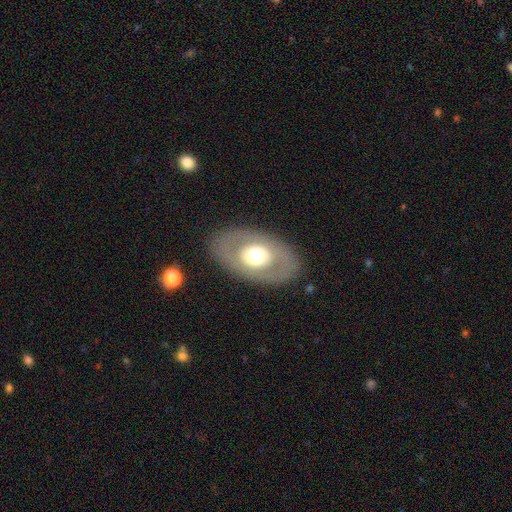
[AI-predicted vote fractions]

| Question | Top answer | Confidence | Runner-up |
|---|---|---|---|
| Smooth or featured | featured or disk | 48% | smooth (45%) |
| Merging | none | 83% | minor disturbance (10%) |